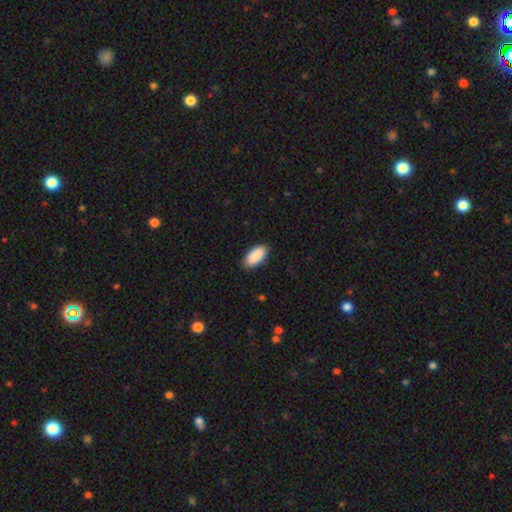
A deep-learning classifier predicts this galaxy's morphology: Smooth or featured? Predicted: smooth (p=0.91). How rounded? Predicted: in between (p=0.92). Merging? Predicted: none (p=0.87).